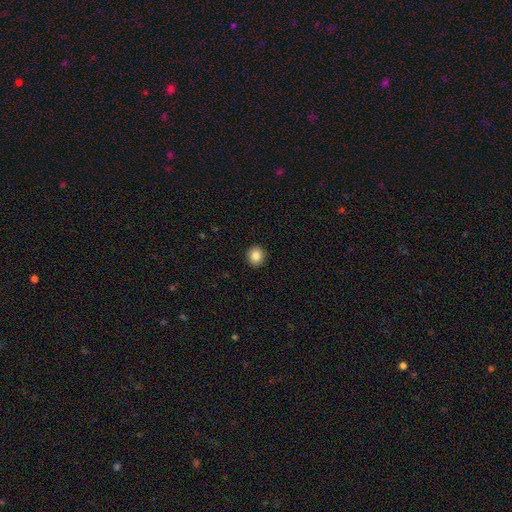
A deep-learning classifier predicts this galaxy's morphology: Smooth or featured? Predicted: smooth (p=0.86). How rounded? Predicted: round (p=0.86). Merging? Predicted: none (p=0.93).